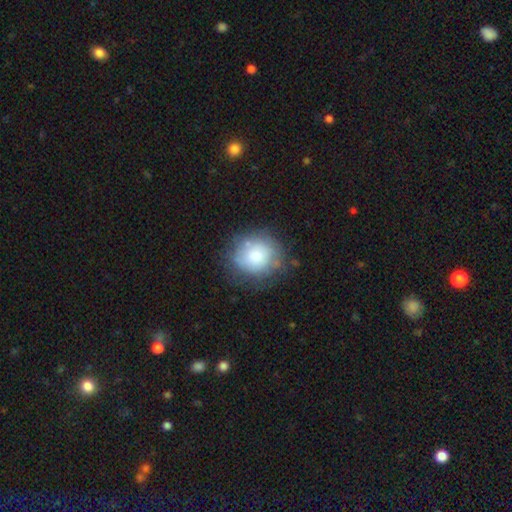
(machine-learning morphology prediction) type=smooth (67%); roundness=round (84%); merging=none (69%).